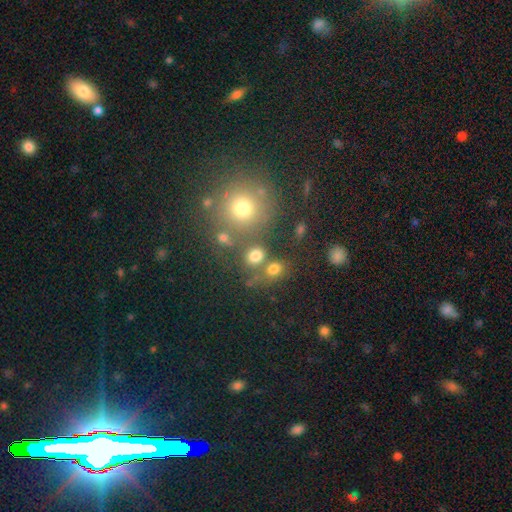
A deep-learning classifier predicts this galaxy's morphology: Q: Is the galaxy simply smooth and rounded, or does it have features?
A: smooth — 74%.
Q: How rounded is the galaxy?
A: round — 71%.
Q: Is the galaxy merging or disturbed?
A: none — 60%.